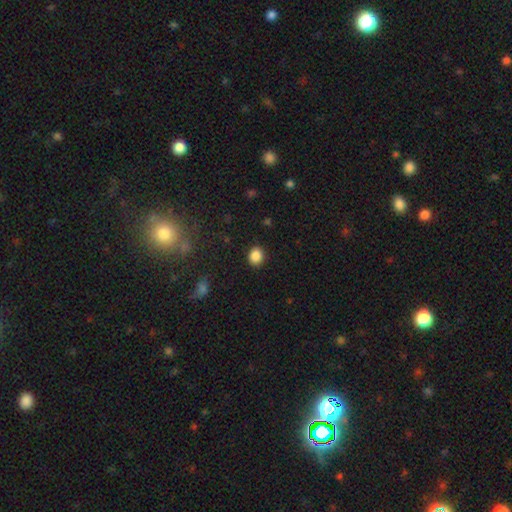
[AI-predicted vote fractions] Smooth or featured: smooth — 87% (star or artifact — 10%)
How rounded: round — 67% (in between — 33%)
Merging: none — 89% (minor disturbance — 7%)